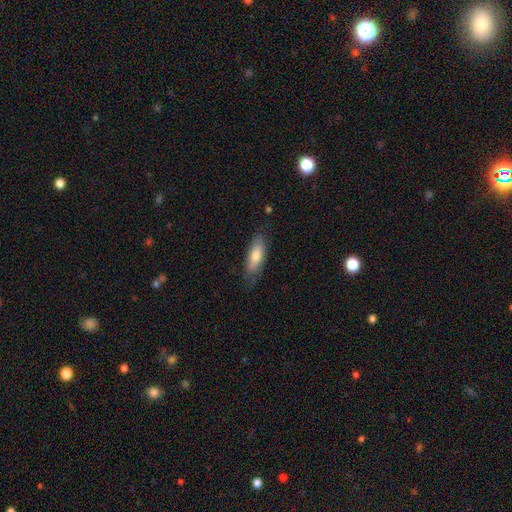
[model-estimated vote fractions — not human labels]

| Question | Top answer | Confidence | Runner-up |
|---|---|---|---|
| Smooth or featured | smooth | 68% | featured or disk (26%) |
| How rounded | in between | 61% | cigar-shaped (36%) |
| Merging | none | 76% | minor disturbance (19%) |